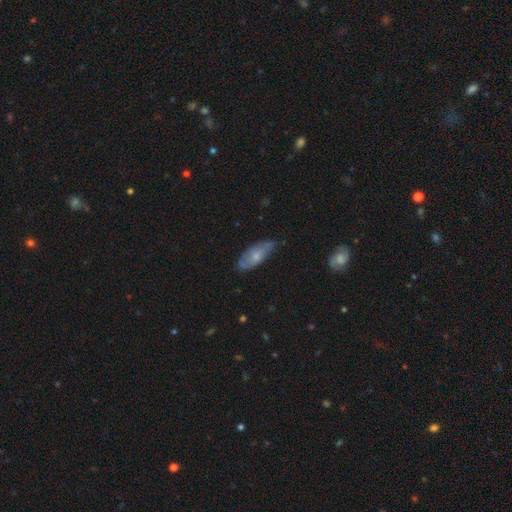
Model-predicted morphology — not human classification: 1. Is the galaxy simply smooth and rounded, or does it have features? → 50% smooth, 44% featured or disk, 7% star or artifact.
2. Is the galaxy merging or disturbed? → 61% none, 31% minor disturbance, 6% major disturbance, 2% merger.